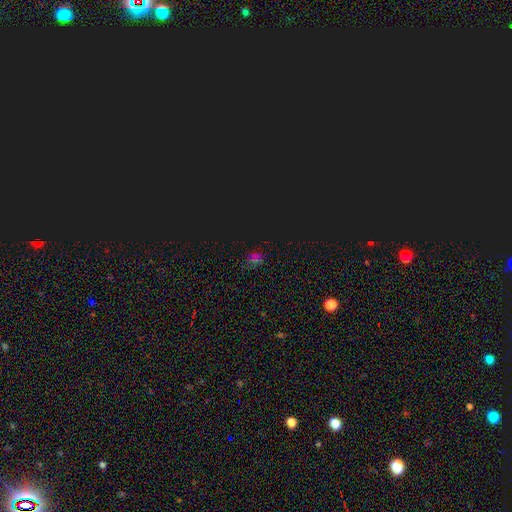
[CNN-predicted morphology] A star or artifact, not a galaxy (66%).

Vote fractions:
- Smooth or featured? star or artifact: 66% / smooth: 26% / featured or disk: 8%